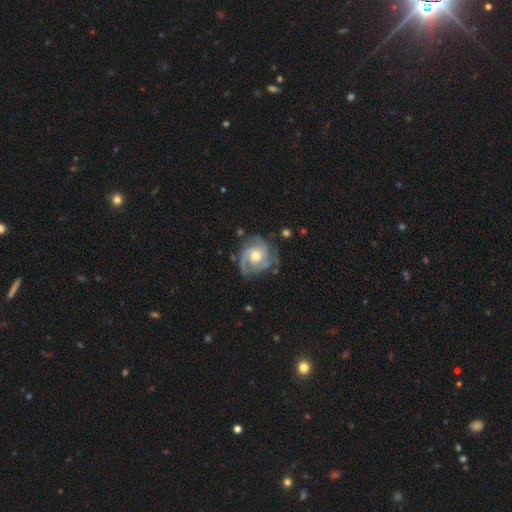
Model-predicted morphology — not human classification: Overall: featured or disk (82%). Edge-on disk: no (98%). Bar: no (73%). Spiral arms: yes (94%). Spiral arm count: 3 (30%; 2 27%). Spiral winding: tight (54%; medium 36%). Bulge size: moderate (69%). Merging: none (69%).